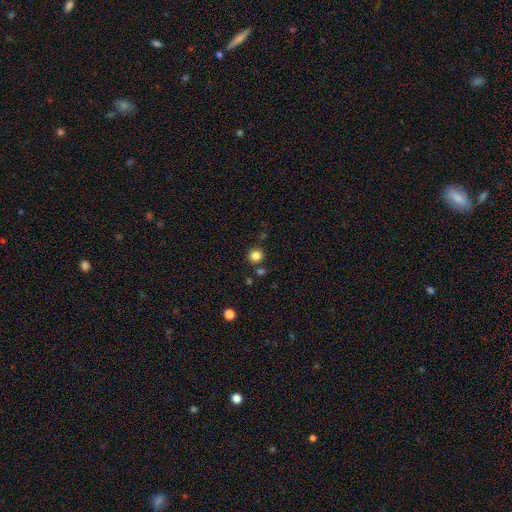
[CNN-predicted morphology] A smooth galaxy with no disk features (84%) that is round (90%). Merging: none (83%).